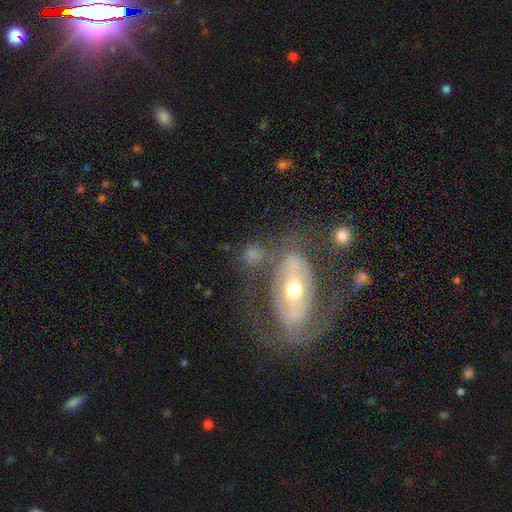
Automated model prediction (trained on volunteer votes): Smooth or featured?
  - featured or disk: 55% *
  - smooth: 35%
  - star or artifact: 9%
Edge-on disk?
  - no: 89% *
  - yes: 11%
Merging?
  - none: 53% *
  - minor disturbance: 18%
  - major disturbance: 16%
  - merger: 14%